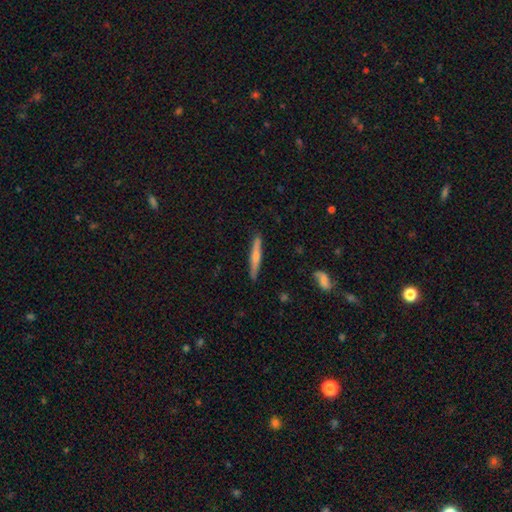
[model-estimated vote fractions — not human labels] Smooth or featured? Predicted: smooth (p=0.51). How rounded? Predicted: cigar-shaped (p=0.94). Merging? Predicted: none (p=0.89).